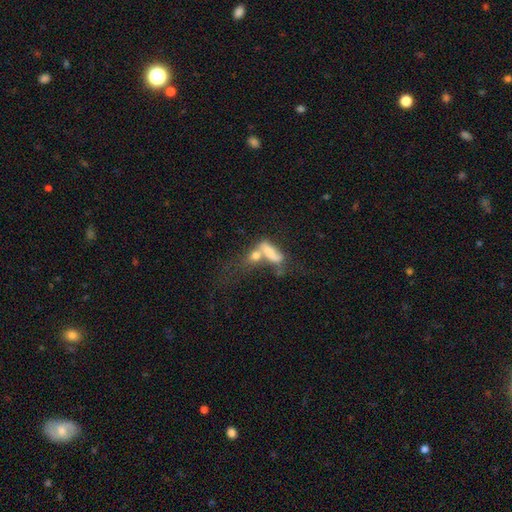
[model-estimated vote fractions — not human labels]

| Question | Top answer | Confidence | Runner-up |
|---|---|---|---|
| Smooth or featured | smooth | 65% | featured or disk (25%) |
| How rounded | in between | 60% | cigar-shaped (29%) |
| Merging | merger | 62% | none (18%) |